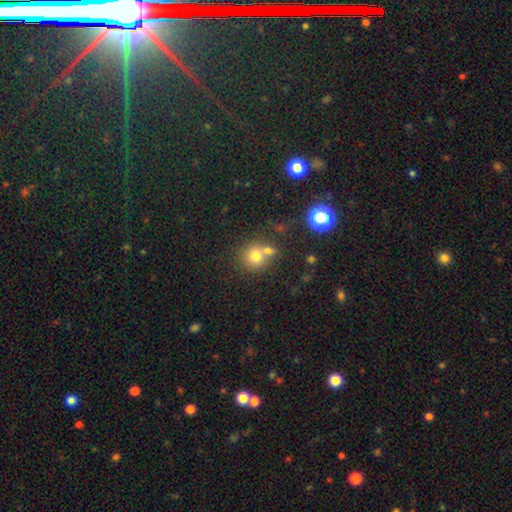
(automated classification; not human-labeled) smooth_or_featured: smooth (p=0.75) [alt: star or artifact p=0.14]
how_rounded: round (p=0.88) [alt: in between p=0.11]
merging: none (p=0.52) [alt: merger p=0.37]